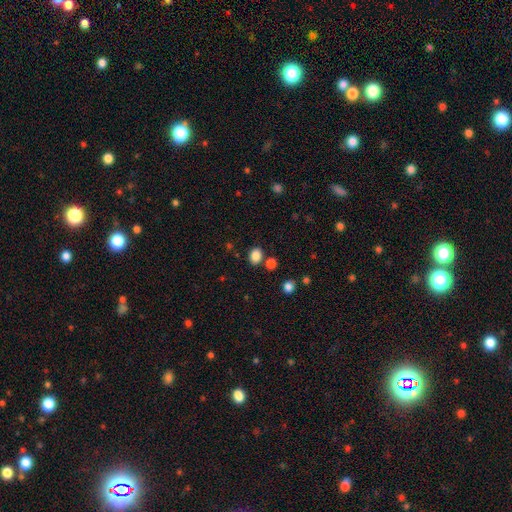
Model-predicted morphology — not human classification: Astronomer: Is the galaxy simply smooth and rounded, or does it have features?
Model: smooth — 85%.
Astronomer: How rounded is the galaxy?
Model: in between — 58% (runner-up: round, 41%).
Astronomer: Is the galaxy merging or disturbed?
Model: none — 77%.